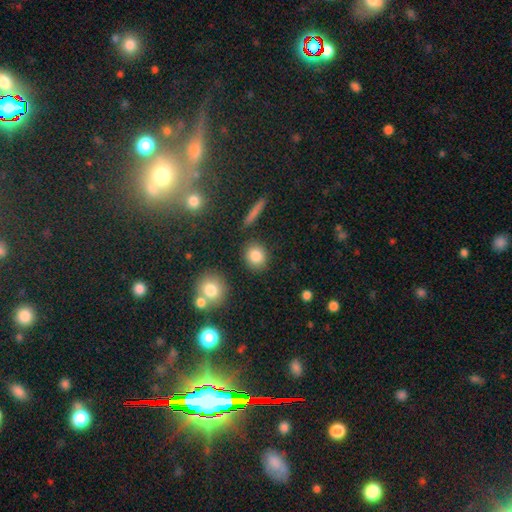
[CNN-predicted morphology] This is clearly a smooth galaxy (84%). How rounded: likely round (72%). Merging: clearly none (86%).